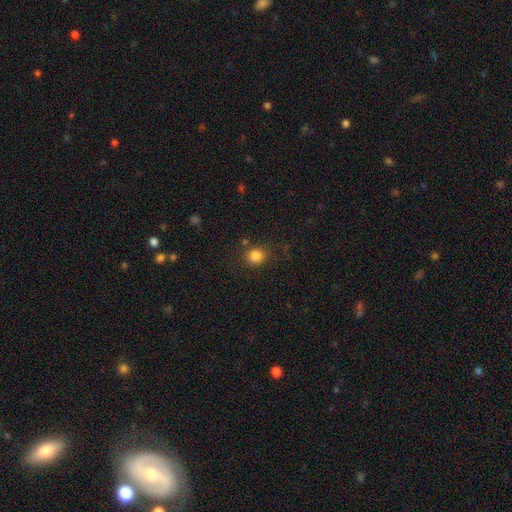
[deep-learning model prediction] Smooth or featured? Predicted: smooth (p=0.84). How rounded? Predicted: round (p=0.78). Merging? Predicted: none (p=0.78).